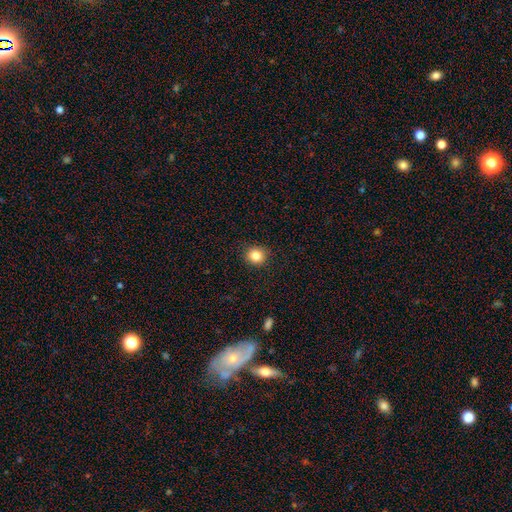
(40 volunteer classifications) Smooth or featured: smooth — 80% (featured or disk — 12%)
How rounded: round — 84% (in between — 16%)
Merging: none — 84% (minor disturbance — 11%)